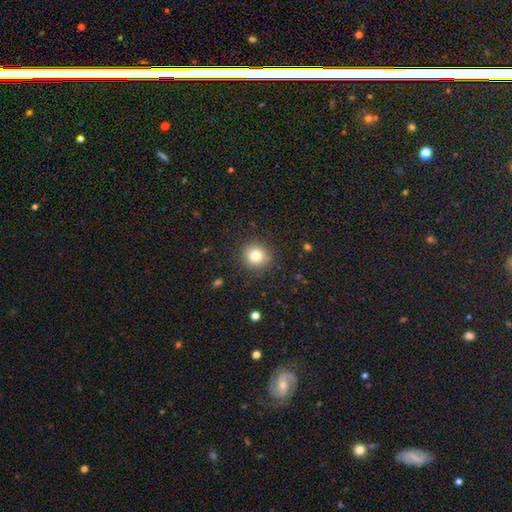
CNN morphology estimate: Smooth or featured: smooth — 81% (star or artifact — 12%)
How rounded: round — 90% (in between — 9%)
Merging: none — 88% (minor disturbance — 8%)